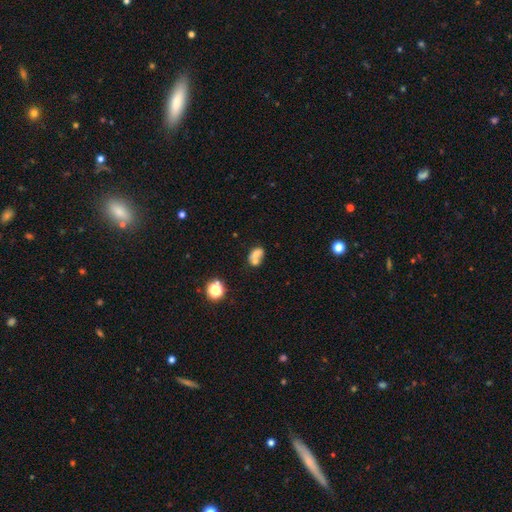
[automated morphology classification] This is likely a smooth galaxy (62%). How rounded: likely in between (64%). Merging: possibly merger (59%).